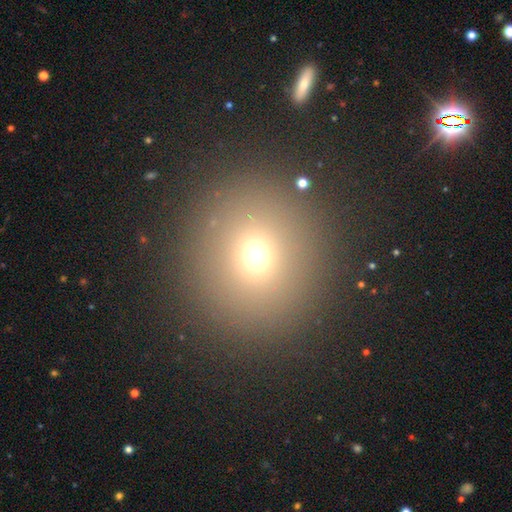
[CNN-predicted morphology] This appears to be a smooth galaxy with no disk features (67%) that is round (91%). Merging: none (89%).